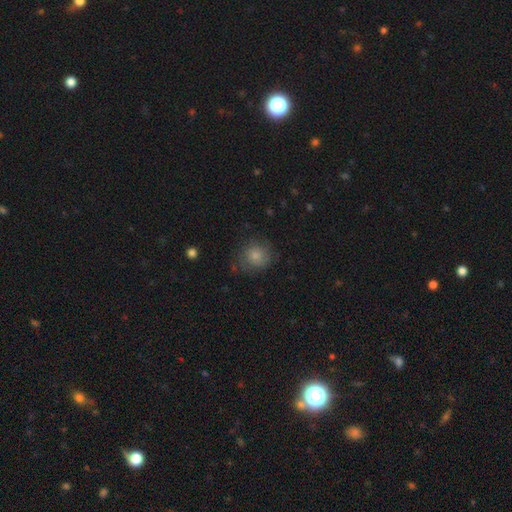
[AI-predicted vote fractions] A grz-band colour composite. It shows a smooth galaxy with no disk features (76%) that is round (84%). Merging: none (69%).